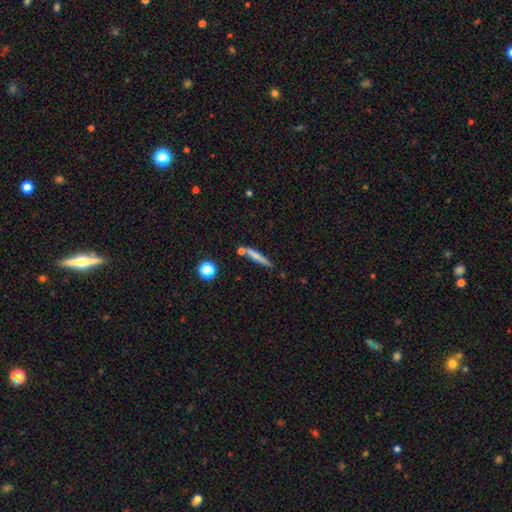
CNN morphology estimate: smooth 63%, featured or disk 28%, star or artifact 9%. Down the decision tree: how rounded — cigar-shaped (90%); merging — none (73%).